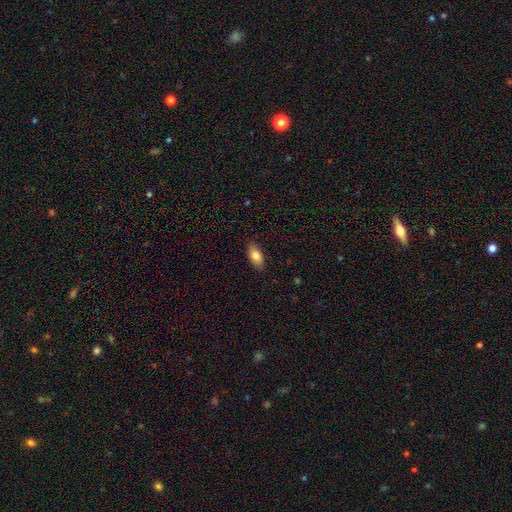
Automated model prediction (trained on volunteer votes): This is clearly a smooth galaxy (82%). How rounded: clearly in between (90%). Merging: clearly none (87%).